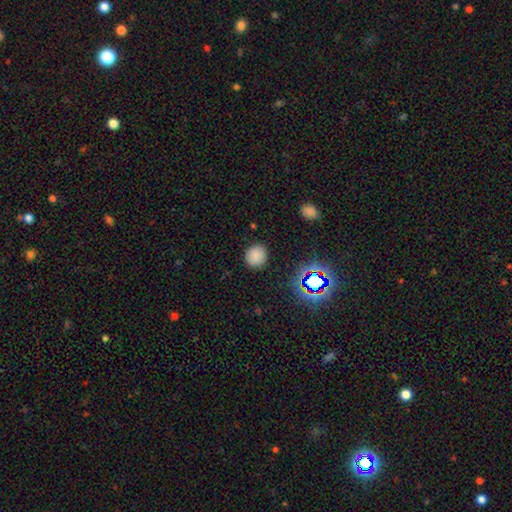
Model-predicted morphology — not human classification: Overall: smooth (80%). How rounded: round (86%). Merging: none (88%).